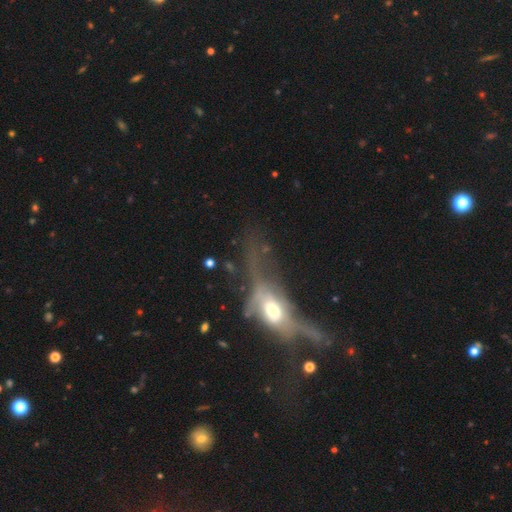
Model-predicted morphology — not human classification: Smooth or featured? featured or disk (61%)
Edge-on disk? no (58%)
Merging? major disturbance (55%)